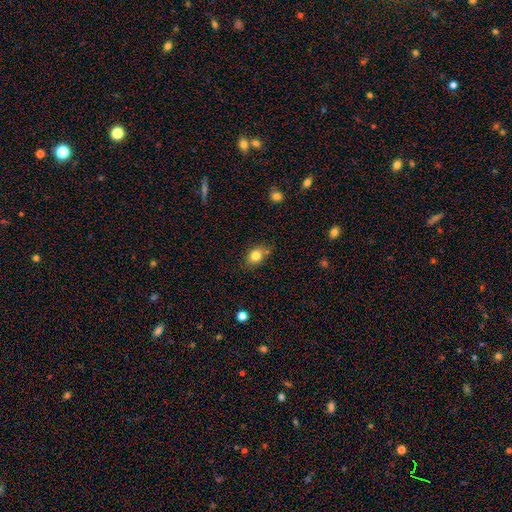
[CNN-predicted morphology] smooth_or_featured: smooth (p=0.80) [alt: star or artifact p=0.10]
how_rounded: in between (p=0.58) [alt: round p=0.41]
merging: none (p=0.72) [alt: minor disturbance p=0.19]